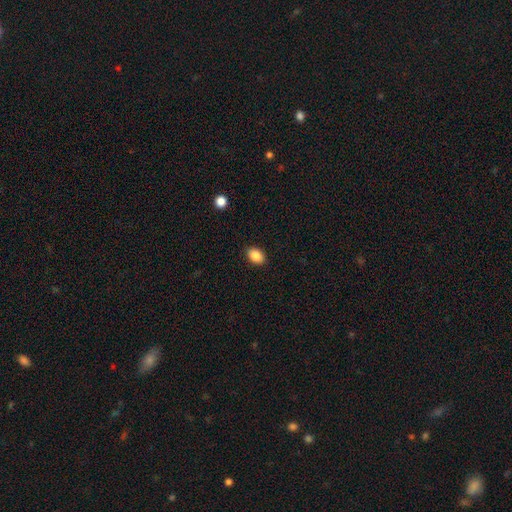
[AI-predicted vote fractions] The model was most divided on "how rounded": in between: 82%, round: 17%, cigar-shaped: 1%. More confident: merging — none (89%); smooth or featured — smooth (88%).